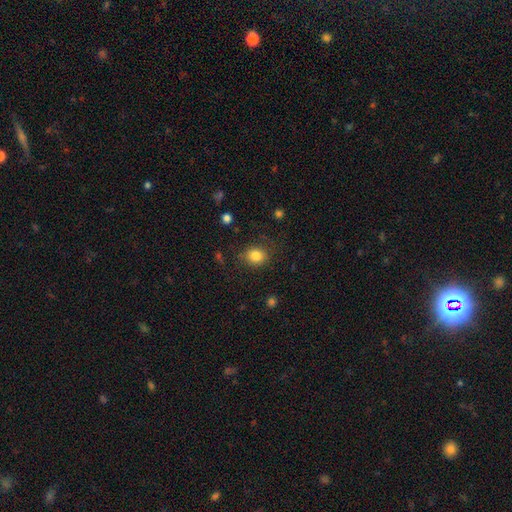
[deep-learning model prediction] Smooth or featured? Predicted: smooth (p=0.84). How rounded? Predicted: round (p=0.67). Merging? Predicted: none (p=0.81).